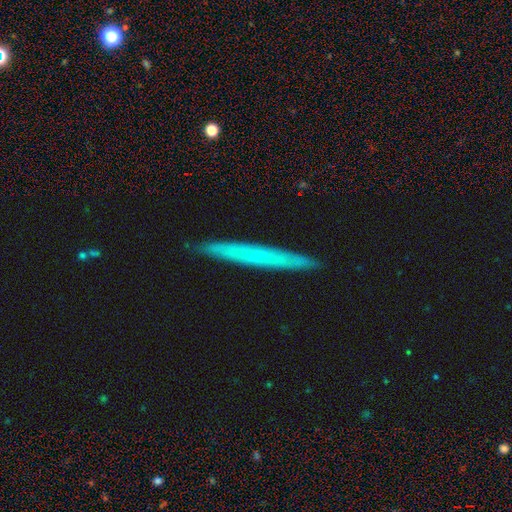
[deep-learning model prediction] This appears to be a featured or disk galaxy (50%) viewed edge-on (94%). Merging: none (91%).